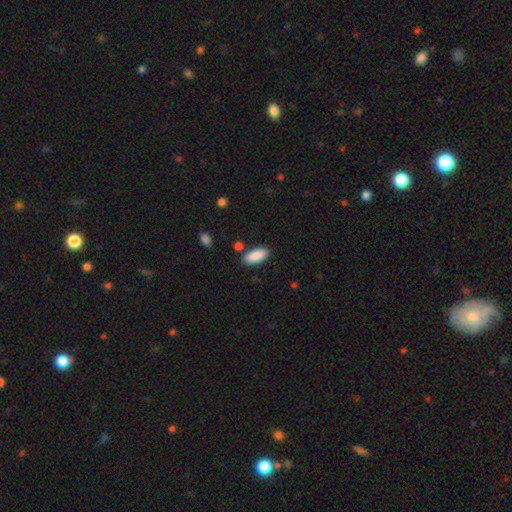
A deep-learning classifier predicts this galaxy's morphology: A smooth galaxy with no disk features (90%) that is in between round and cigar-shaped (82%).

Vote fractions:
- Smooth or featured? smooth: 90% / star or artifact: 6% / featured or disk: 4%
- How rounded? in between: 82% / cigar-shaped: 16% / round: 2%
- Merging? none: 84% / minor disturbance: 9% / merger: 4% / major disturbance: 2%